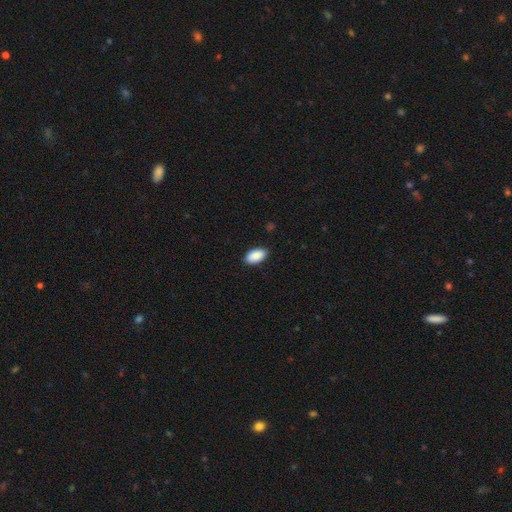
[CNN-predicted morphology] A smooth galaxy with no disk features (90%) that is in between round and cigar-shaped (95%).

Vote fractions:
- Smooth or featured? smooth: 90% / star or artifact: 6% / featured or disk: 3%
- How rounded? in between: 95% / round: 3% / cigar-shaped: 2%
- Merging? none: 88% / minor disturbance: 9% / major disturbance: 2% / merger: 1%